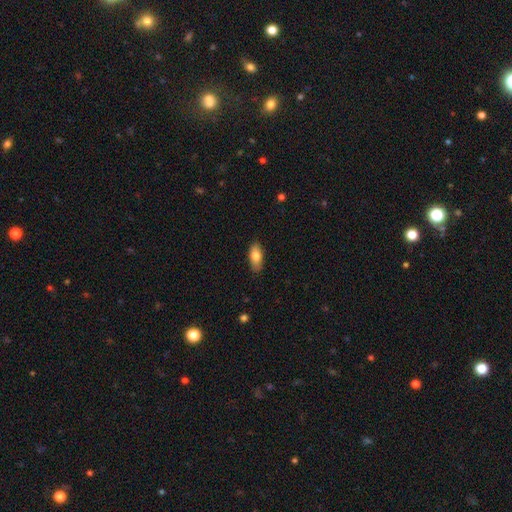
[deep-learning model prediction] Smooth or featured: smooth — 79% (featured or disk — 15%)
How rounded: in between — 82% (cigar-shaped — 15%)
Merging: none — 86% (minor disturbance — 11%)